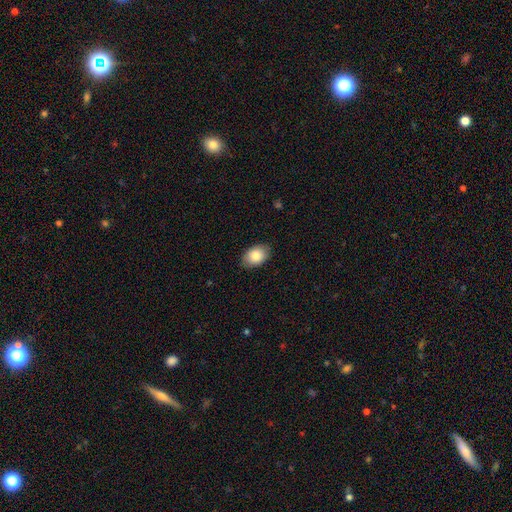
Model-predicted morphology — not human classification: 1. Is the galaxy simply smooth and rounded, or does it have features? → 85% smooth, 8% featured or disk, 7% star or artifact.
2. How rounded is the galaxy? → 84% in between, 15% round, 1% cigar-shaped.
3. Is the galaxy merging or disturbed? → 85% none, 12% minor disturbance, 2% major disturbance, 1% merger.